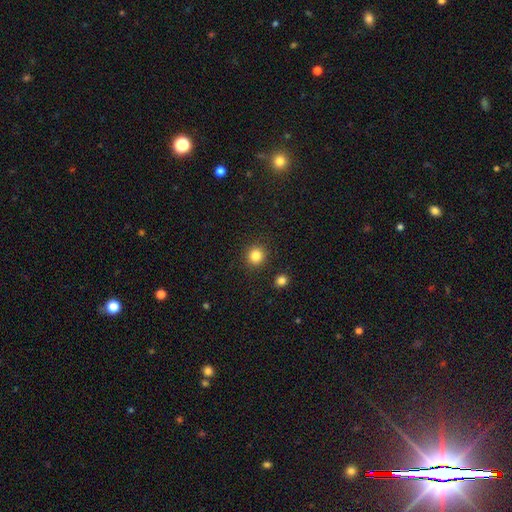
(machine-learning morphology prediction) type=smooth (84%); roundness=round (92%); merging=none (90%).